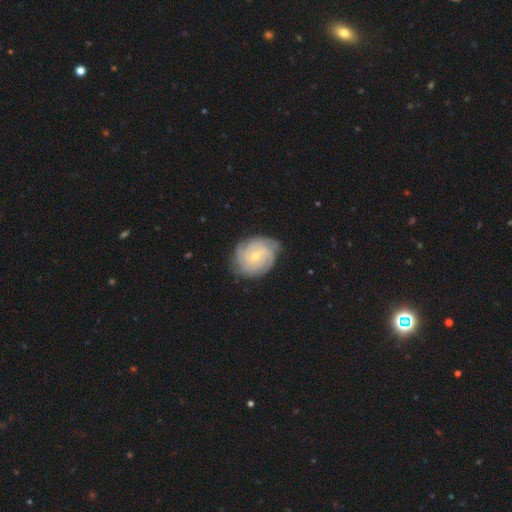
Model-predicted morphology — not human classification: Q: Smooth or featured?
A: featured or disk (85%); runner-up: smooth (10%)
Q: Edge-on disk?
A: no (98%); runner-up: yes (2%)
Q: Bar?
A: no (56%); runner-up: weak (37%)
Q: Spiral arms?
A: yes (97%); runner-up: no (3%)
Q: Spiral winding?
A: tight (74%); runner-up: medium (22%)
Q: Spiral arm count?
A: 4 (25%); tied with: can't tell (25%)
Q: Bulge size?
A: small (63%); runner-up: moderate (34%)
Q: Merging?
A: none (79%); runner-up: minor disturbance (16%)